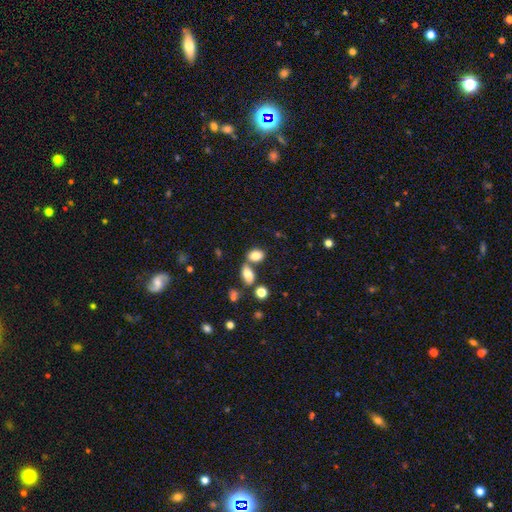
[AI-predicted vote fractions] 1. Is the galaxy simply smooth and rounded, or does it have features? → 83% smooth, 10% star or artifact, 7% featured or disk.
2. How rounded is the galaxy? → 77% in between, 21% round, 2% cigar-shaped.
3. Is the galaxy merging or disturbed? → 50% none, 35% merger, 11% minor disturbance, 4% major disturbance.